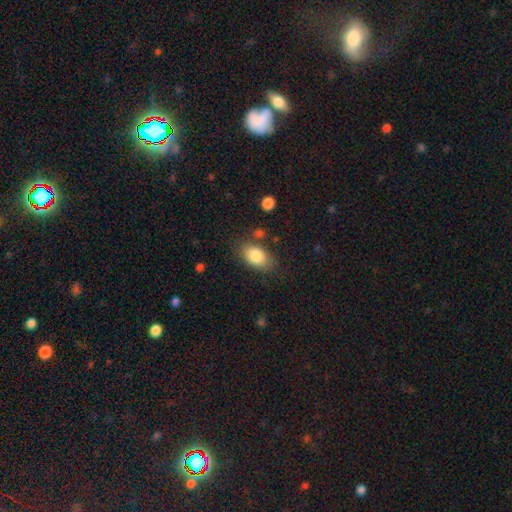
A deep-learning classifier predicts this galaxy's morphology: Smooth or featured: smooth — 85% (featured or disk — 8%)
How rounded: in between — 89% (round — 9%)
Merging: none — 75% (minor disturbance — 16%)